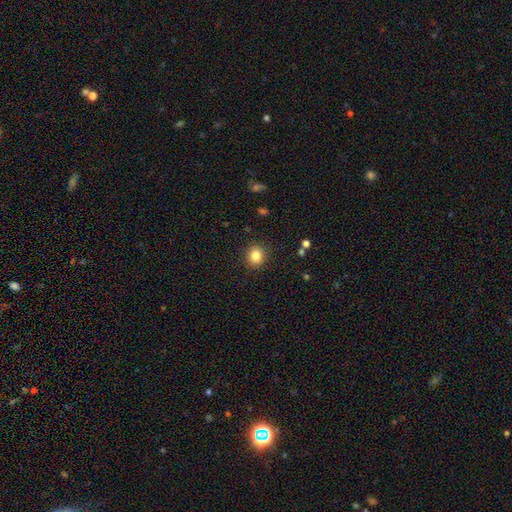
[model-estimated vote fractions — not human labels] This appears to be a smooth galaxy with no disk features (84%) that is round (80%). Merging: none (90%).